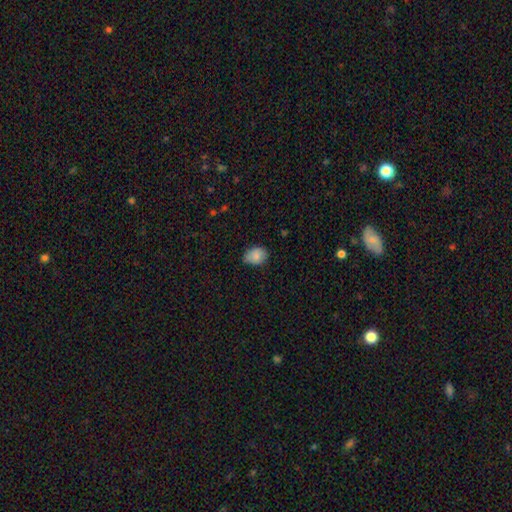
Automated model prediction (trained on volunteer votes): A smooth galaxy with no disk features (82%) that is in between round and cigar-shaped (68%).

Vote fractions:
- Smooth or featured? smooth: 82% / featured or disk: 10% / star or artifact: 8%
- How rounded? in between: 68% / round: 31% / cigar-shaped: 1%
- Merging? none: 68% / minor disturbance: 27% / major disturbance: 4% / merger: 1%